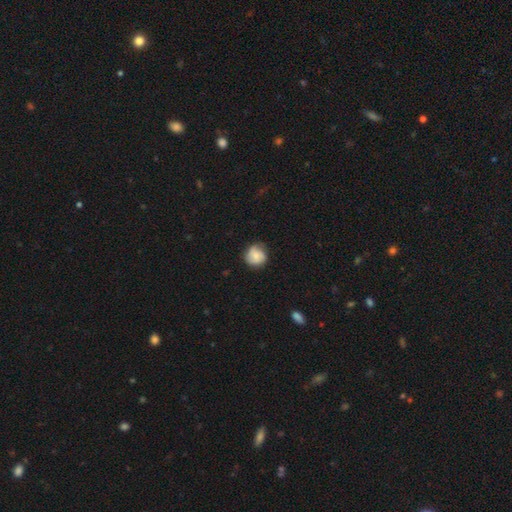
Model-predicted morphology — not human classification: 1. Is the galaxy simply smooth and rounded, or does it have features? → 61% smooth, 32% featured or disk, 8% star or artifact.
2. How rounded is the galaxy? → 87% round, 12% in between, 1% cigar-shaped.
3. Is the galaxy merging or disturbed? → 72% none, 21% minor disturbance, 5% major disturbance, 1% merger.